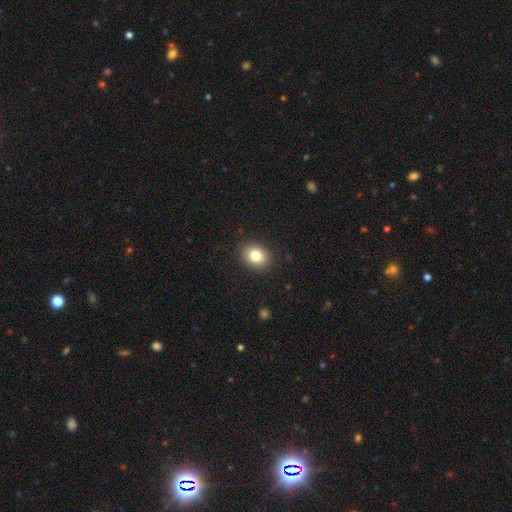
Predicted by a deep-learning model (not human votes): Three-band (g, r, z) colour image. It shows a smooth galaxy with no disk features (81%) that is in between round and cigar-shaped (51%). Merging: none (89%).